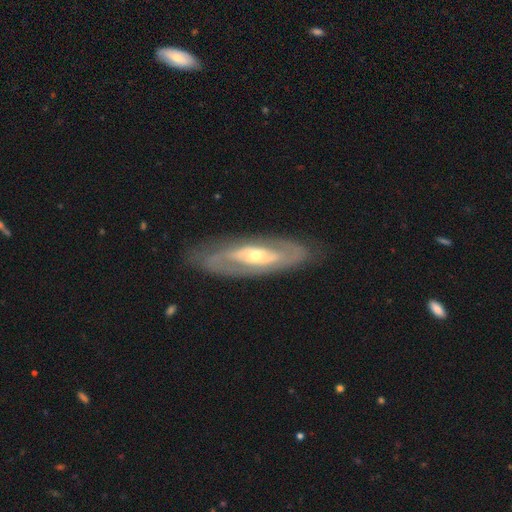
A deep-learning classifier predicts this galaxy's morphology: Smooth or featured: featured or disk — 78% (smooth — 17%)
Edge-on disk: no — 82% (yes — 18%)
Bar: no — 54% (weak — 28%)
Spiral arms: yes — 65% (no — 35%)
Bulge size: moderate — 54% (small — 41%)
Merging: none — 82% (minor disturbance — 12%)